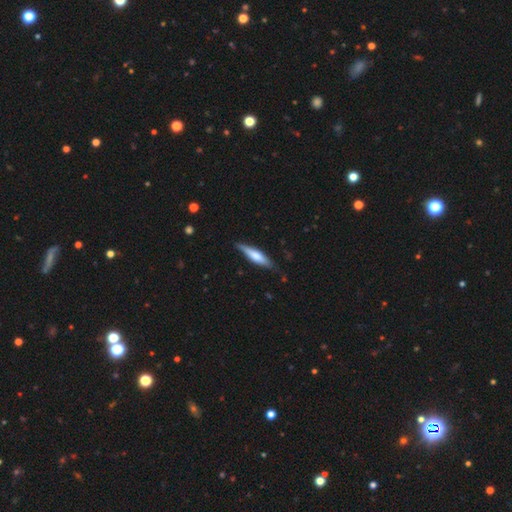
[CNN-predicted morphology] Smooth or featured? Predicted: smooth (p=0.51). How rounded? Predicted: cigar-shaped (p=0.78). Merging? Predicted: none (p=0.78).